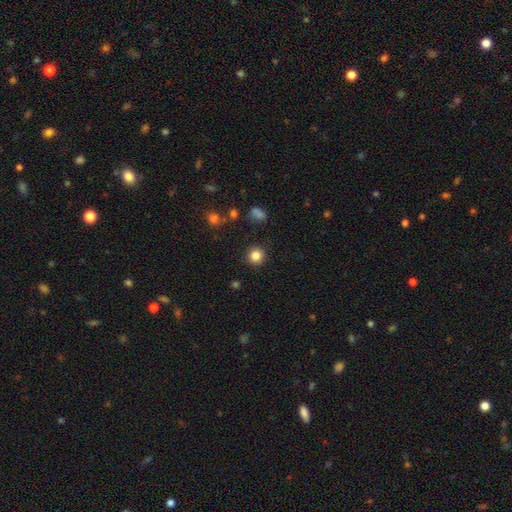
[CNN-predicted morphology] This is clearly a smooth galaxy (83%). How rounded: clearly round (93%). Merging: clearly none (91%).